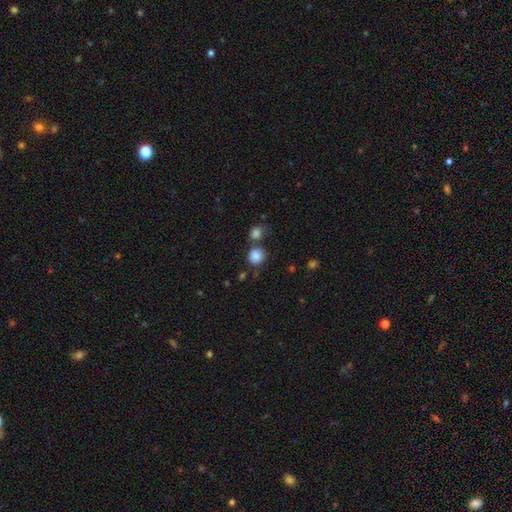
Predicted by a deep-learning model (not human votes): smooth_or_featured: smooth (p=0.86) [alt: star or artifact p=0.09]
how_rounded: round (p=0.87) [alt: in between p=0.12]
merging: none (p=0.65) [alt: merger p=0.20]